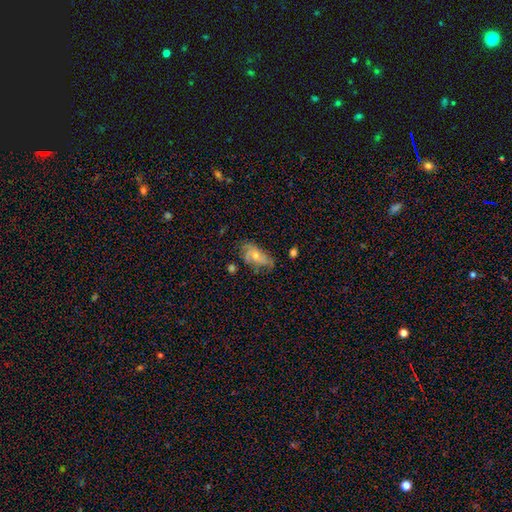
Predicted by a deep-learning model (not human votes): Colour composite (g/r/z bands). It shows a smooth galaxy with no disk features (49%). Merging: none (44%).